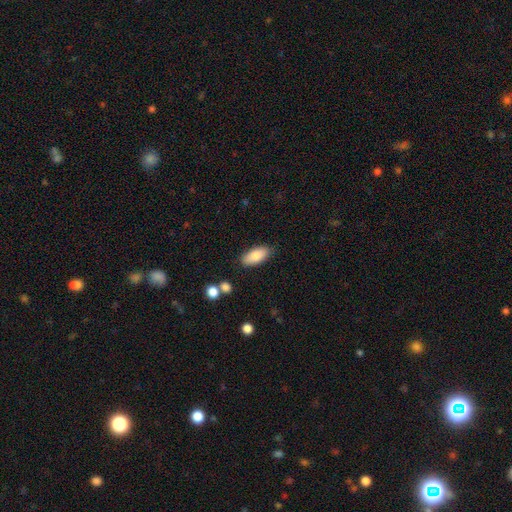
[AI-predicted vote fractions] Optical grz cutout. It shows a smooth galaxy with no disk features (86%) that is in between round and cigar-shaped (87%). Merging: none (84%).